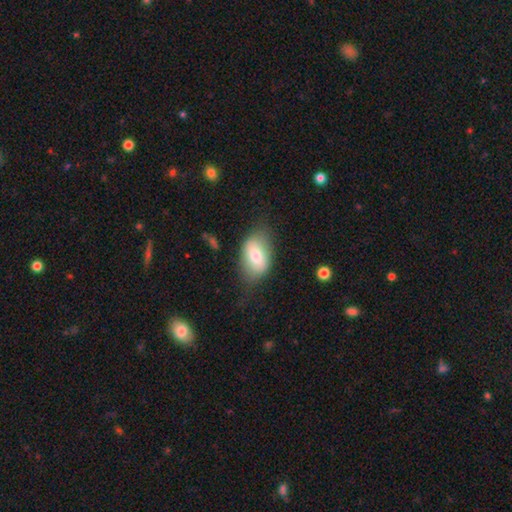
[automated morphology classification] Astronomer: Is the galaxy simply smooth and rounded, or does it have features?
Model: smooth — 70%.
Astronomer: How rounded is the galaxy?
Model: in between — 89%.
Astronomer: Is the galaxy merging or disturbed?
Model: none — 61%.